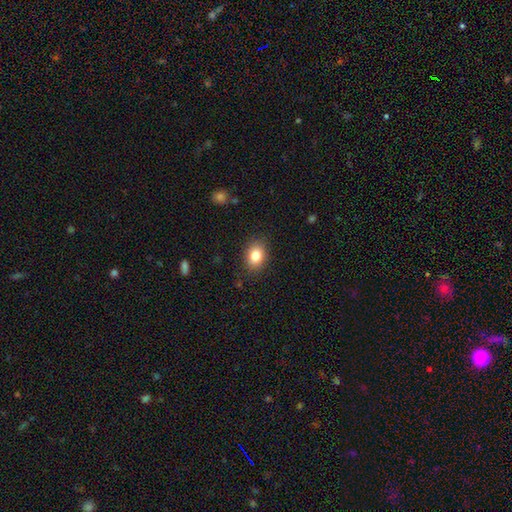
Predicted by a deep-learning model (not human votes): Smooth or featured: smooth — 83% (star or artifact — 9%)
How rounded: in between — 67% (round — 32%)
Merging: none — 86% (minor disturbance — 10%)